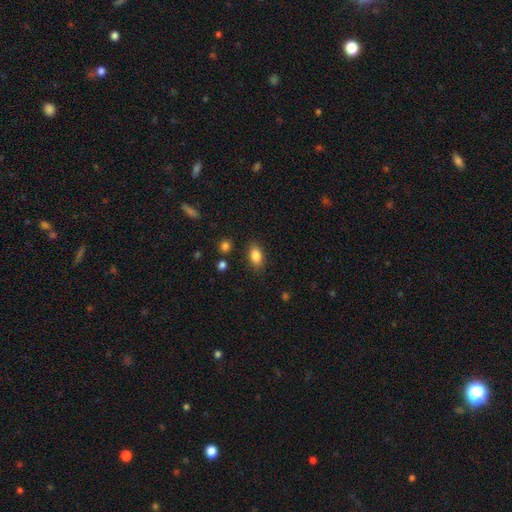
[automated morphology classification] type=smooth (84%); roundness=in between (87%); merging=none (85%).